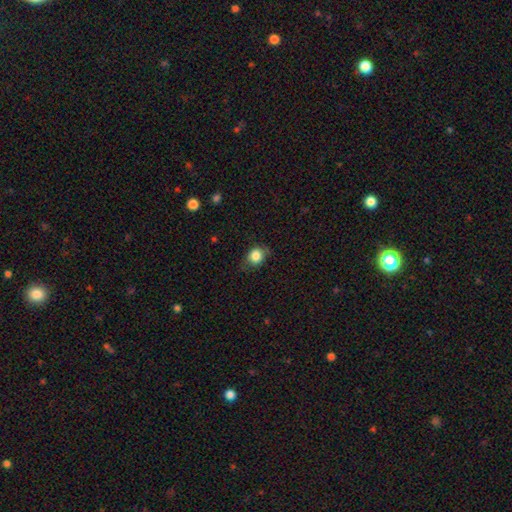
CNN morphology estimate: smooth 83%, star or artifact 9%, featured or disk 8%. Down the decision tree: how rounded — round (65%); merging — none (68%).